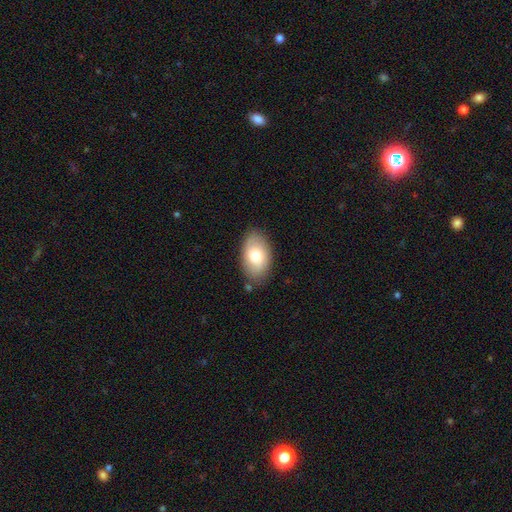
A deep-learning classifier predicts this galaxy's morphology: A smooth galaxy with no disk features (73%) that is in between round and cigar-shaped (91%). Merging: none (82%).